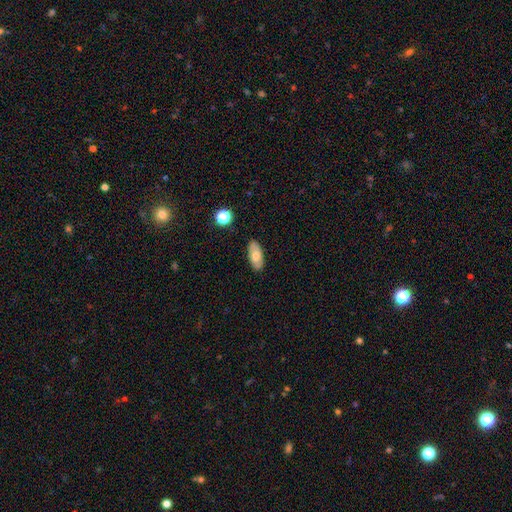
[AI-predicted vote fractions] smooth_or_featured: smooth (p=0.67) [alt: featured or disk p=0.26]
how_rounded: in between (p=0.89) [alt: cigar-shaped p=0.07]
merging: none (p=0.86) [alt: minor disturbance p=0.10]